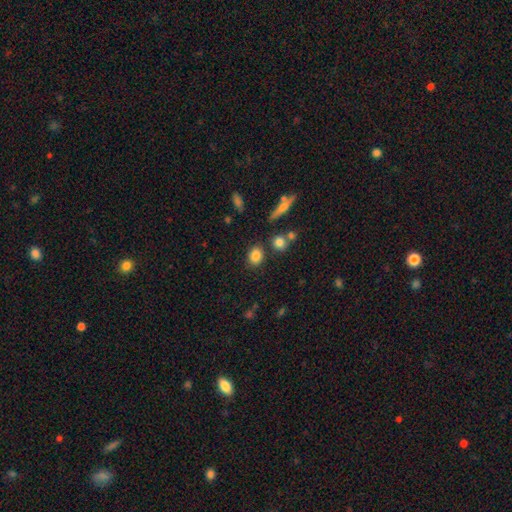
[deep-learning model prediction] smooth 83%, star or artifact 10%, featured or disk 8%. Down the decision tree: how rounded — in between (52%); merging — none (80%).